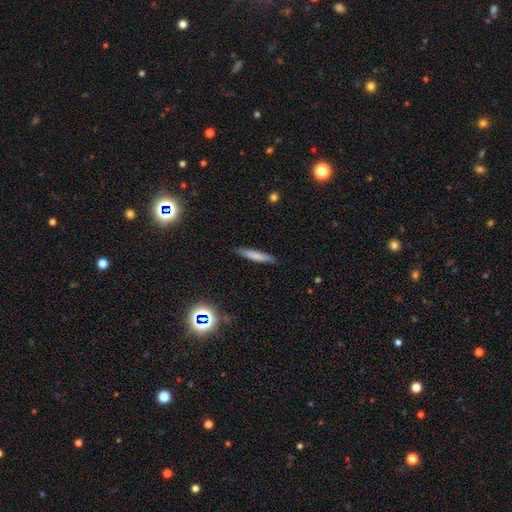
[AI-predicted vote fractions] smooth 74%, featured or disk 19%, star or artifact 7%. Down the decision tree: how rounded — cigar-shaped (92%); merging — none (88%).